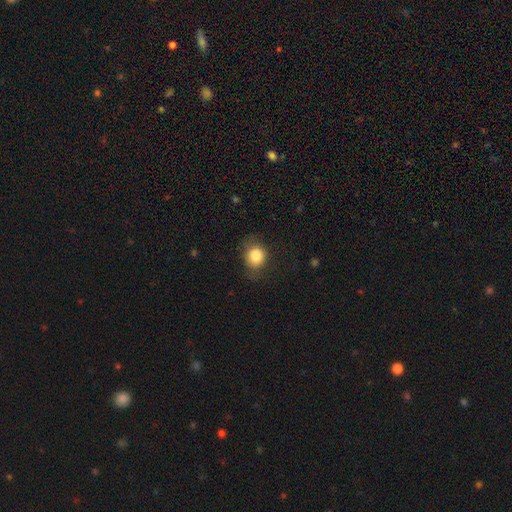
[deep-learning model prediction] This is clearly a smooth galaxy (82%). How rounded: likely round (71%). Merging: likely none (70%).